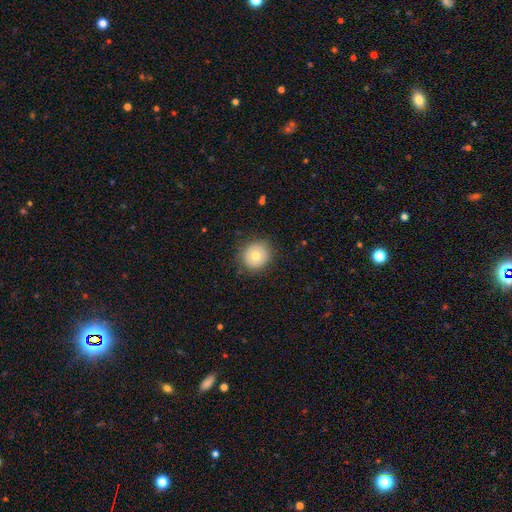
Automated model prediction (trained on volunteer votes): A smooth galaxy with no disk features (73%) that is round (91%).

Vote fractions:
- Smooth or featured? smooth: 73% / featured or disk: 18% / star or artifact: 10%
- How rounded? round: 91% / in between: 8% / cigar-shaped: 1%
- Merging? none: 87% / minor disturbance: 9% / major disturbance: 3% / merger: 1%